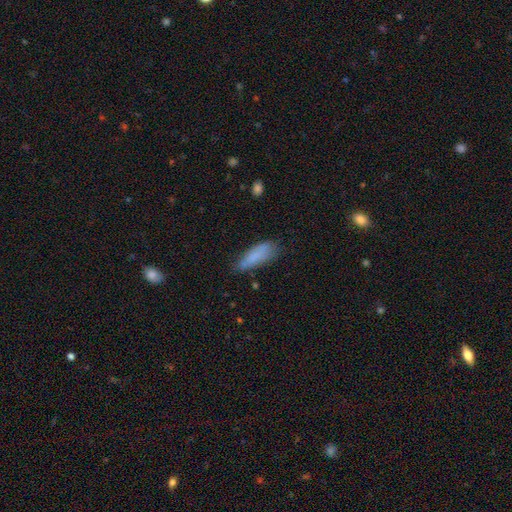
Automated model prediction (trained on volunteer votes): A smooth galaxy with no disk features (81%) that is in between round and cigar-shaped (51%). Merging: none (60%).